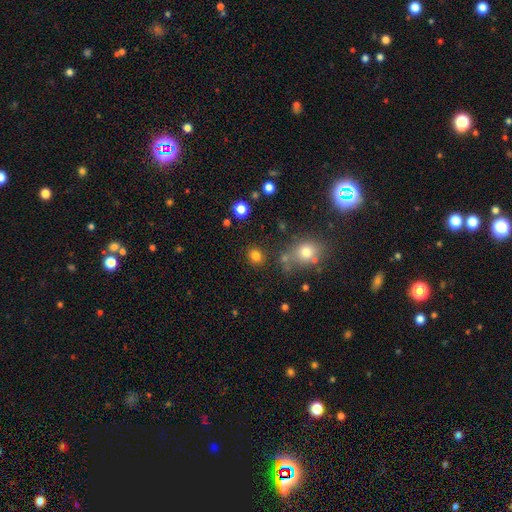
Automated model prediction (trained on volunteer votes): The model was most divided on "how rounded": round: 71%, in between: 28%, cigar-shaped: 1%. More confident: merging — none (82%); smooth or featured — smooth (80%).